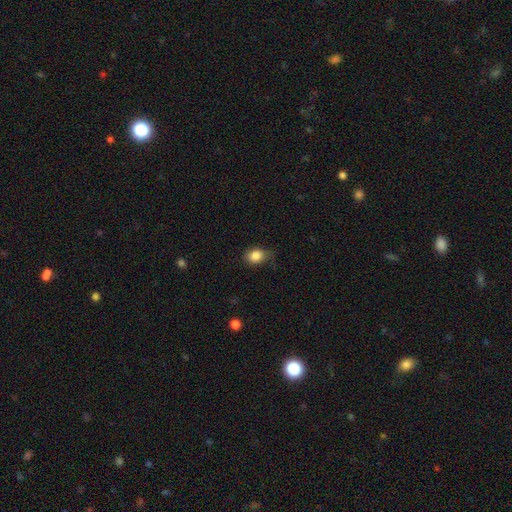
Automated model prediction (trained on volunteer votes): This appears to be a smooth galaxy with no disk features (85%) that is in between round and cigar-shaped (56%). Merging: none (66%).